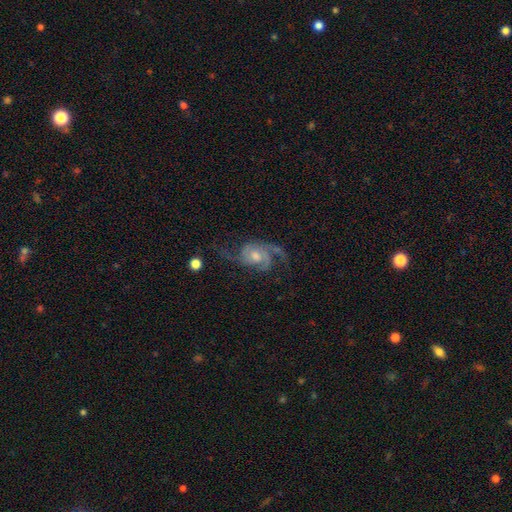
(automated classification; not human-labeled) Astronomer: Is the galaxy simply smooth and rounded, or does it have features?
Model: featured or disk — 87%.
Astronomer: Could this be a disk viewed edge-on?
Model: no — 97%.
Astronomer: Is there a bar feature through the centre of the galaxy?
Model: no — 68%.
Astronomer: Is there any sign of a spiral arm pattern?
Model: yes — 97%.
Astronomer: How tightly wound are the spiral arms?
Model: medium — 47% (runner-up: loose, 38%).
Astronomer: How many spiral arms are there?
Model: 2 — 62%.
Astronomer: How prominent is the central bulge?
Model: moderate — 61%.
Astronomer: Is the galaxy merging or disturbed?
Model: none — 61%.